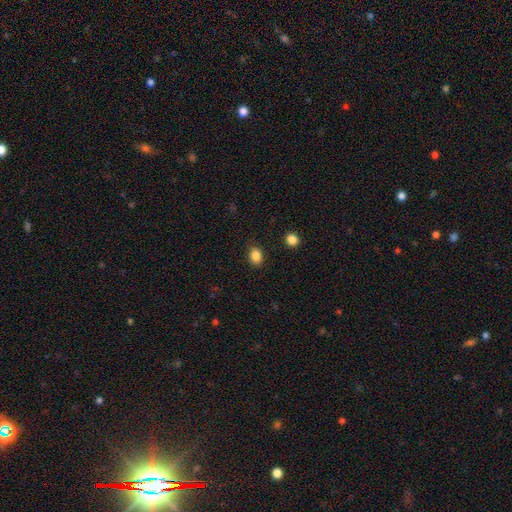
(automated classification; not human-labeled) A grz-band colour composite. It shows a smooth galaxy with no disk features (86%) that is in between round and cigar-shaped (67%). Merging: none (87%).